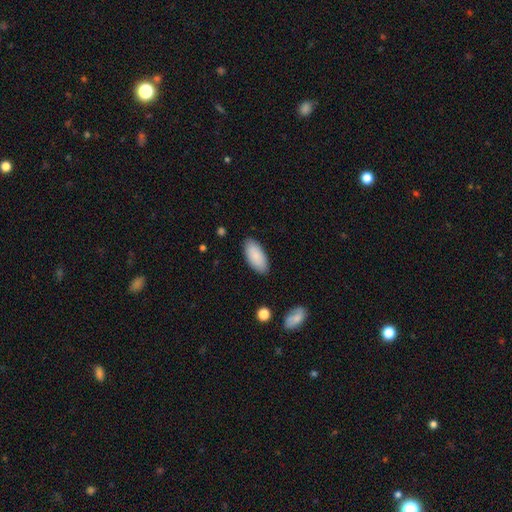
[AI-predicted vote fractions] The model was most divided on "merging": none: 86%, minor disturbance: 10%, major disturbance: 2%, merger: 1%. More confident: how rounded — in between (91%); smooth or featured — smooth (88%).